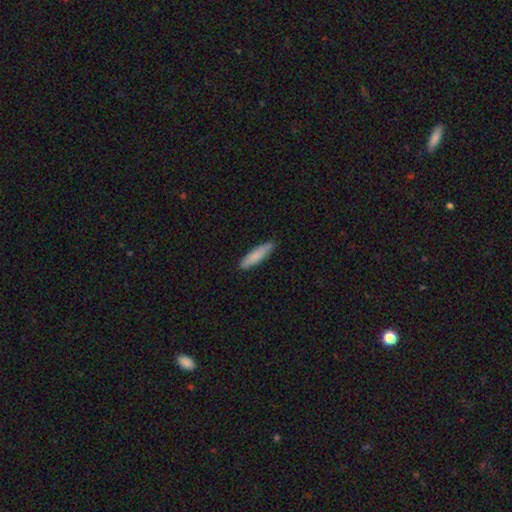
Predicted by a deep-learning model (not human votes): The model was most divided on "how rounded": cigar-shaped: 80%, in between: 18%, round: 1%. More confident: merging — none (88%); smooth or featured — smooth (83%).